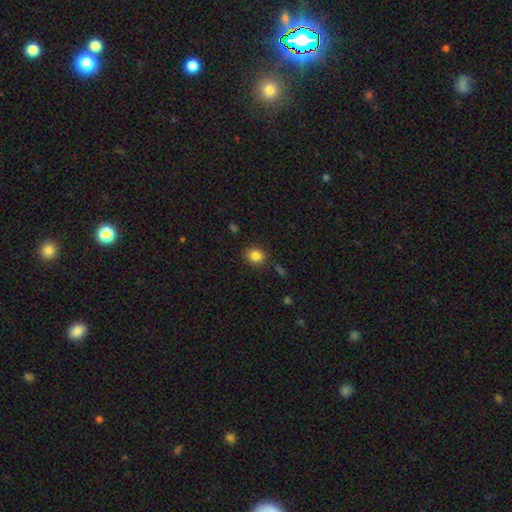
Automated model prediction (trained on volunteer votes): This is clearly a smooth galaxy (85%). How rounded: likely round (69%). Merging: clearly none (85%).